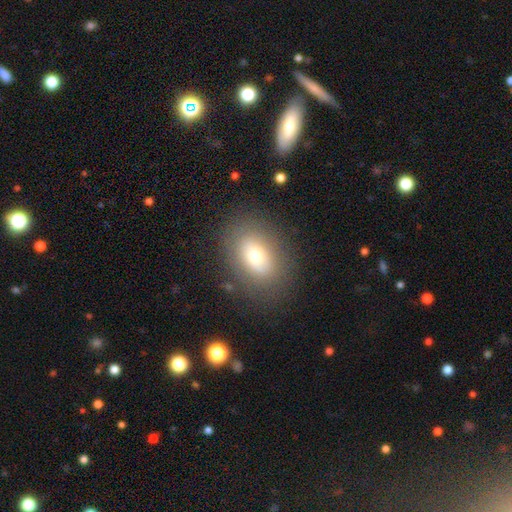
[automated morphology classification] Q: Smooth or featured?
A: smooth (66%); runner-up: featured or disk (23%)
Q: How rounded?
A: in between (71%); runner-up: round (27%)
Q: Merging?
A: none (81%); runner-up: minor disturbance (11%)